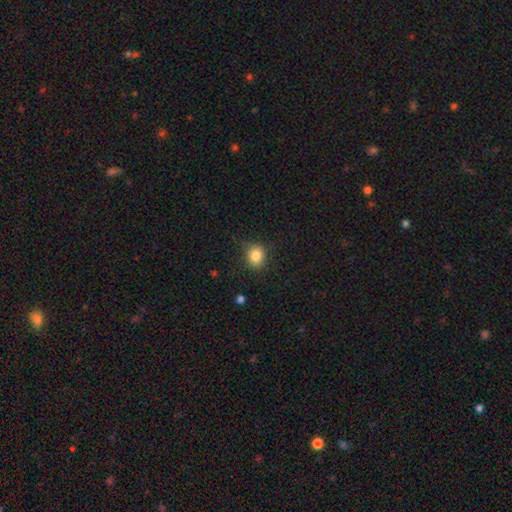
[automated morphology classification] Q: Smooth or featured?
A: smooth (84%); runner-up: star or artifact (10%)
Q: How rounded?
A: round (70%); runner-up: in between (29%)
Q: Merging?
A: none (78%); runner-up: minor disturbance (16%)